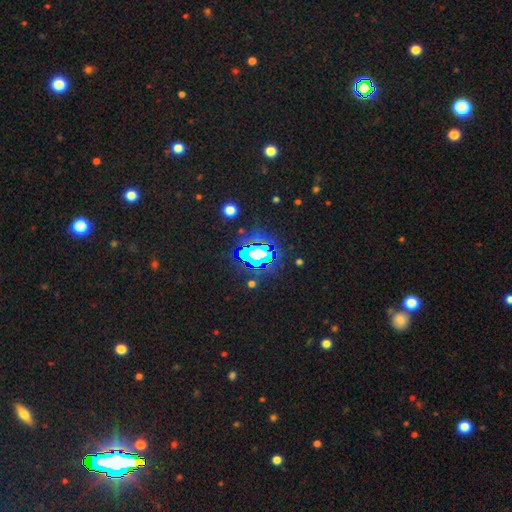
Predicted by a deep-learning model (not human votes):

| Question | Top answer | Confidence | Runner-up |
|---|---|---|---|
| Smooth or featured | star or artifact | 69% | smooth (18%) |